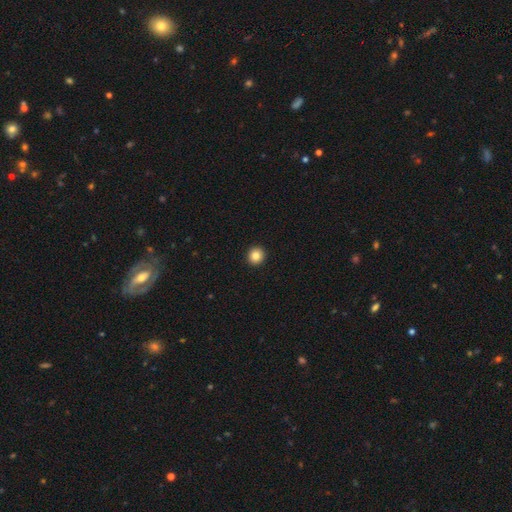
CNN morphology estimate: Smooth or featured? Predicted: smooth (p=0.84). How rounded? Predicted: round (p=0.94). Merging? Predicted: none (p=0.94).